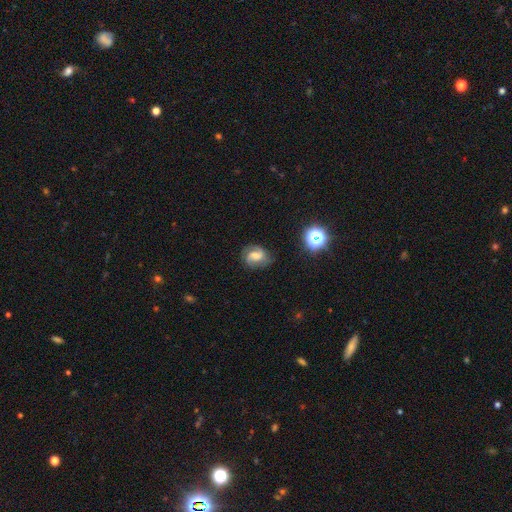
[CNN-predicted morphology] The model was most divided on "bulge size": moderate: 38%, small: 29%, none: 17%, large: 14%, dominant: 2%. Remaining: edge-on disk — no (97%); spiral arms — yes (93%); spiral arm count — 2 (76%); merging — none (72%); smooth or featured — featured or disk (65%); bar — weak (50%); spiral winding — medium (49%).